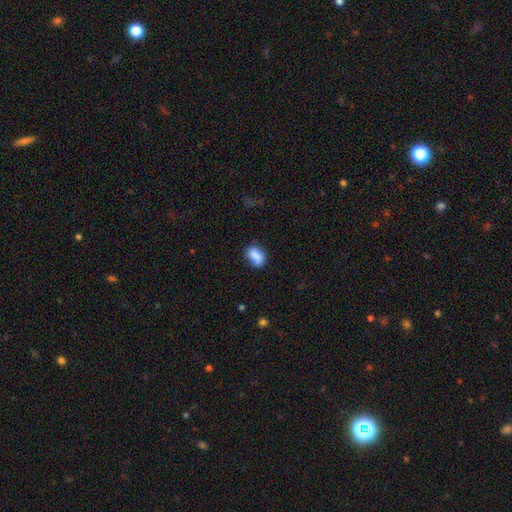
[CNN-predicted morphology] Smooth or featured? smooth (83%)
How rounded? in between (84%)
Merging? none (58%)